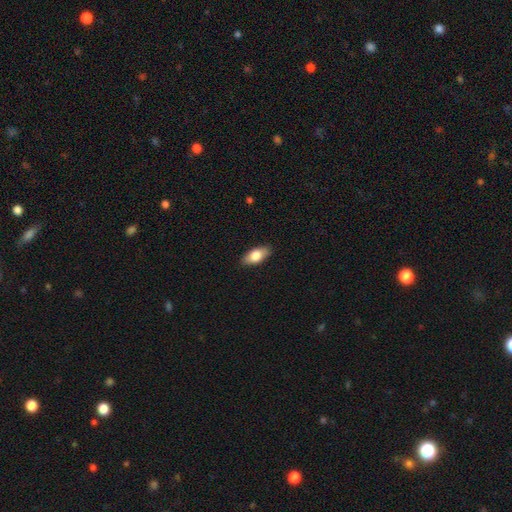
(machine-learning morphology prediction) A smooth galaxy with no disk features (78%) that is in between round and cigar-shaped (89%).

Vote fractions:
- Smooth or featured? smooth: 78% / featured or disk: 15% / star or artifact: 6%
- How rounded? in between: 89% / cigar-shaped: 8% / round: 3%
- Merging? none: 88% / minor disturbance: 9% / major disturbance: 2% / merger: 1%